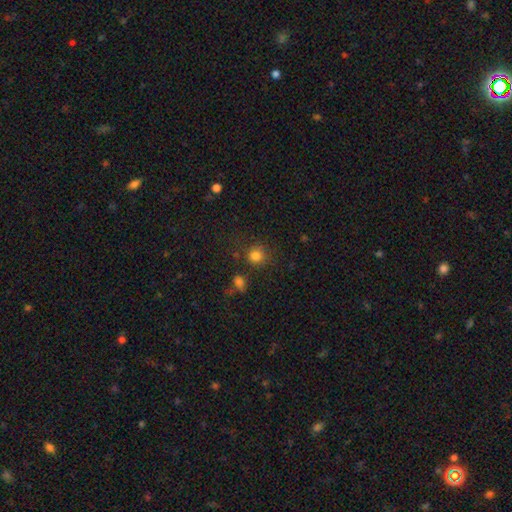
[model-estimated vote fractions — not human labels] Smooth or featured? Predicted: smooth (p=0.80). How rounded? Predicted: round (p=0.86). Merging? Predicted: none (p=0.72).